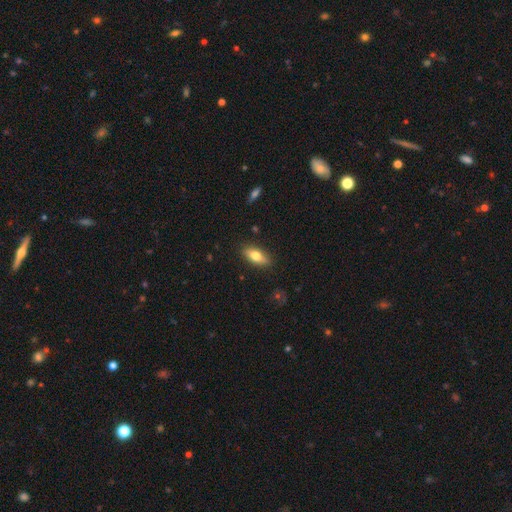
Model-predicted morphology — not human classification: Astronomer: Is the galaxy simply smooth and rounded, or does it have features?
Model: smooth — 69%.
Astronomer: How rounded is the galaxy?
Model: in between — 73%.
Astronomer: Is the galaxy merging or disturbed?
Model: none — 86%.